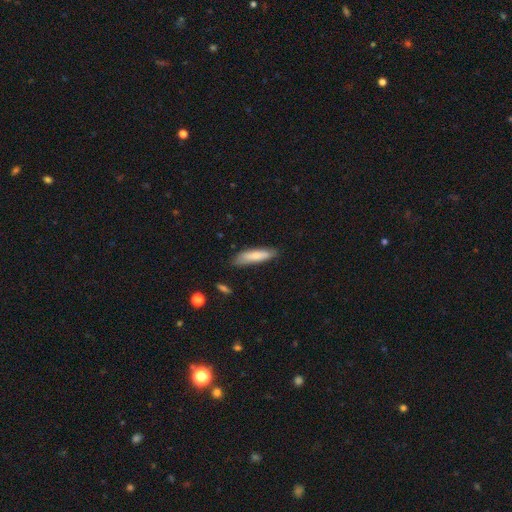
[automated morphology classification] Overall: smooth (73%). How rounded: cigar-shaped (70%). Merging: none (79%).